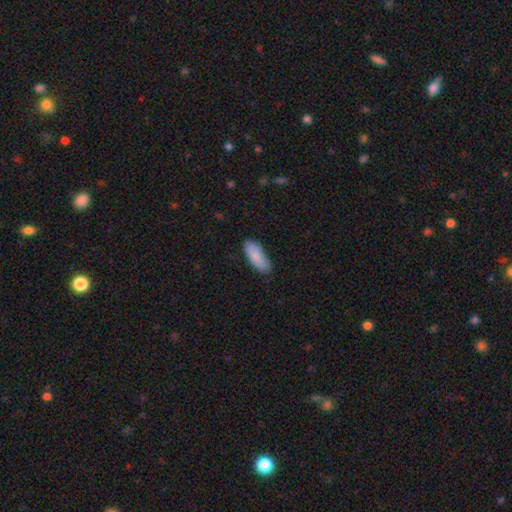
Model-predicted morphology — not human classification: Overall: smooth (86%). How rounded: in between (75%). Merging: none (79%).